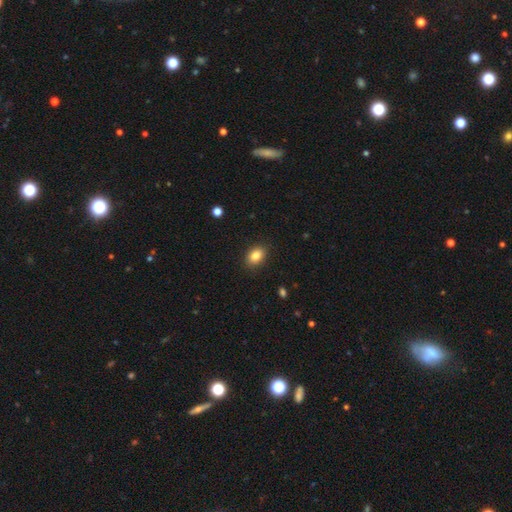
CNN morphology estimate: smooth-or-featured: smooth: 85% | star or artifact: 9% | featured or disk: 6%
  how-rounded: in between: 78% | round: 21% | cigar-shaped: 1%
  merging: none: 88% | minor disturbance: 9% | major disturbance: 2% | merger: 1%